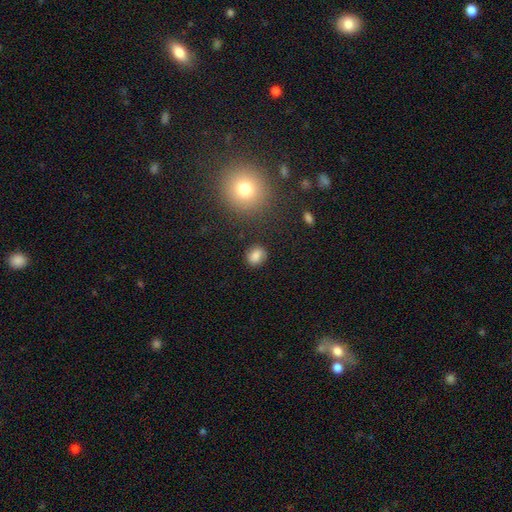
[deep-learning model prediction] smooth 80%, star or artifact 11%, featured or disk 9%. Down the decision tree: how rounded — round (64%); merging — none (81%).